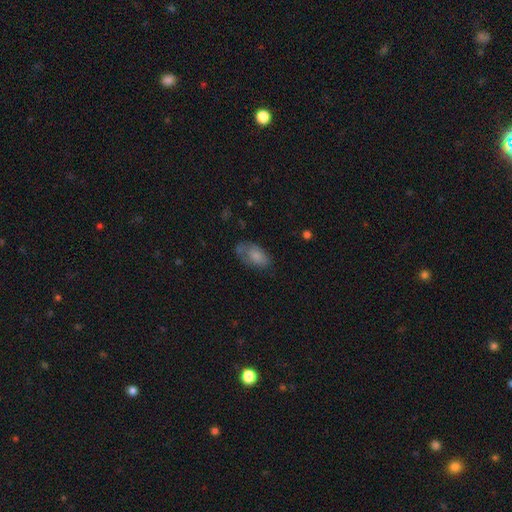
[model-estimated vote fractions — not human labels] Smooth or featured?
  - smooth: 72% *
  - featured or disk: 20%
  - star or artifact: 8%
How rounded?
  - in between: 92% *
  - round: 5%
  - cigar-shaped: 3%
Merging?
  - none: 50% *
  - minor disturbance: 30%
  - major disturbance: 16%
  - merger: 4%